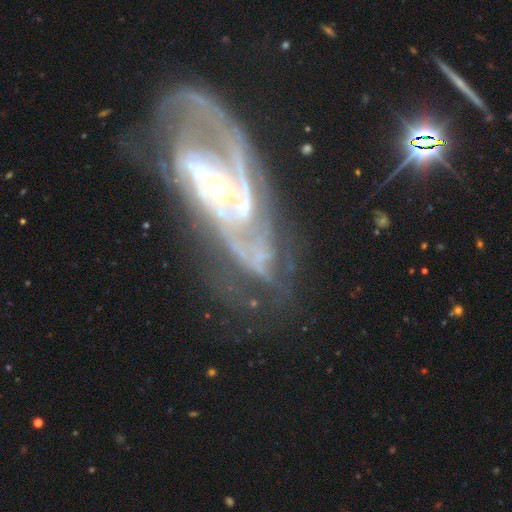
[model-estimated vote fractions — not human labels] Smooth or featured? Predicted: featured or disk (p=0.85). Edge-on disk? Predicted: no (p=0.92). Bar? Predicted: no (p=0.65). Spiral arms? Predicted: yes (p=0.91). Spiral winding? Predicted: tight (p=0.49). Spiral arm count? Predicted: 2 (p=0.39). Bulge size? Predicted: small (p=0.46, tied with moderate). Merging? Predicted: none (p=0.50).